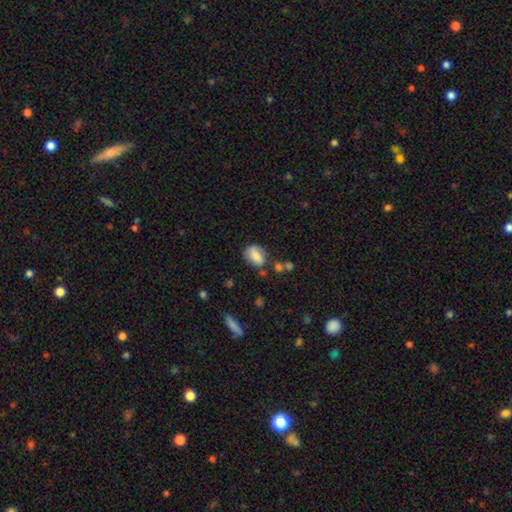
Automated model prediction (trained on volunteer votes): Smooth or featured? Predicted: smooth (p=0.75). How rounded? Predicted: in between (p=0.69). Merging? Predicted: none (p=0.66).